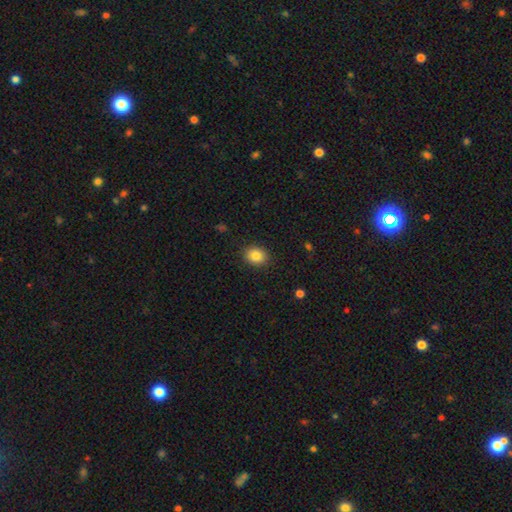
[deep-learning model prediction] smooth-or-featured: smooth: 85% | star or artifact: 9% | featured or disk: 5%
  how-rounded: round: 53% | in between: 46% | cigar-shaped: 1%
  merging: none: 88% | minor disturbance: 8% | major disturbance: 2% | merger: 1%